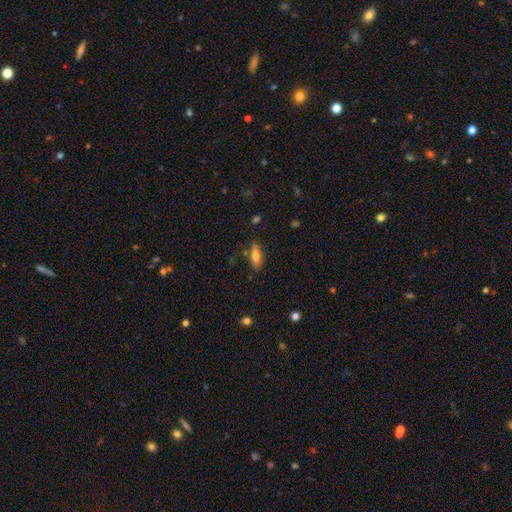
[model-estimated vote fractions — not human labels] Smooth or featured? Predicted: smooth (p=0.71). How rounded? Predicted: in between (p=0.57). Merging? Predicted: none (p=0.78).